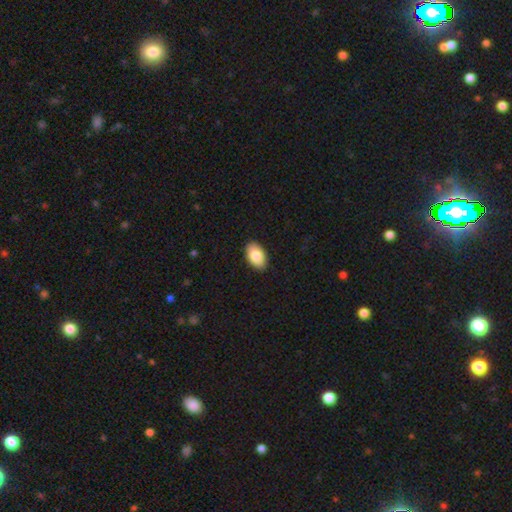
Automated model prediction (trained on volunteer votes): Q: Smooth or featured?
A: smooth (83%); runner-up: featured or disk (10%)
Q: How rounded?
A: in between (93%); runner-up: round (6%)
Q: Merging?
A: none (90%); runner-up: minor disturbance (8%)